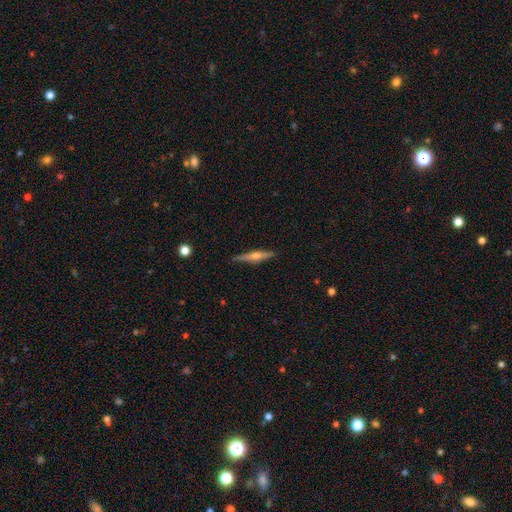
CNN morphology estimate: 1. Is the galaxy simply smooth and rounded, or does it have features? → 69% featured or disk, 25% smooth, 6% star or artifact.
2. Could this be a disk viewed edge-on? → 97% yes, 3% no.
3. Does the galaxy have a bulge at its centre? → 85% rounded, 8% boxy, 6% none.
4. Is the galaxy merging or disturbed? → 89% none, 8% minor disturbance, 2% major disturbance, 1% merger.